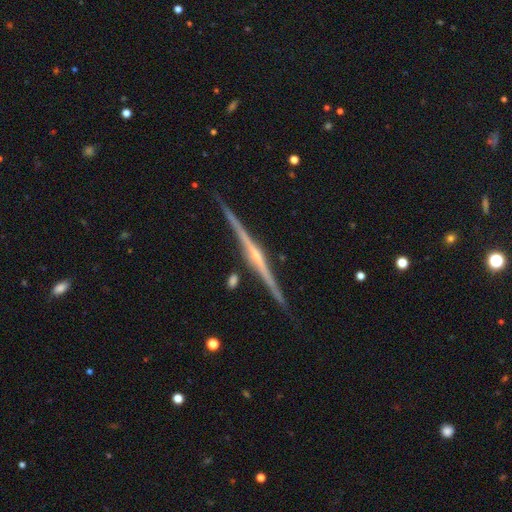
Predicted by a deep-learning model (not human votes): featured or disk 89%, smooth 6%, star or artifact 5%. Down the decision tree: edge-on disk — yes (99%); edge-on bulge — rounded (72%); merging — none (90%).